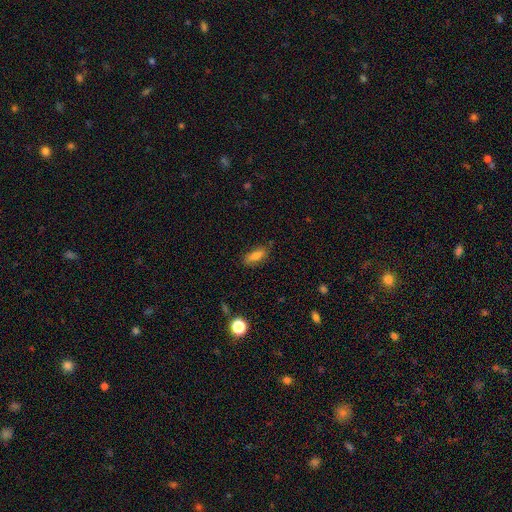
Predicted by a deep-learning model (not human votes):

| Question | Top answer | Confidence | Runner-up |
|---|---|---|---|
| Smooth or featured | smooth | 74% | featured or disk (17%) |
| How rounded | in between | 70% | cigar-shaped (27%) |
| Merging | none | 80% | minor disturbance (16%) |